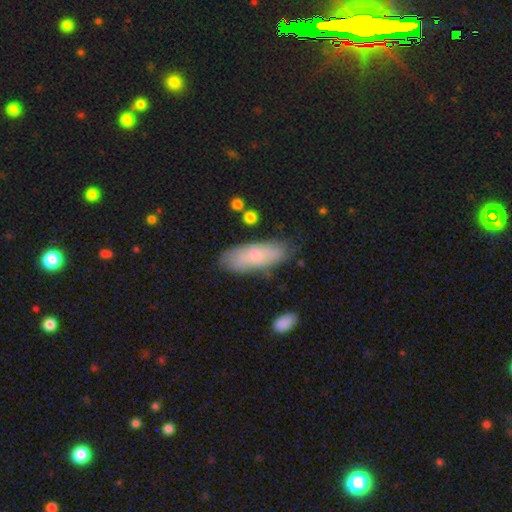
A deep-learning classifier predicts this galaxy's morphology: Smooth or featured? Predicted: smooth (p=0.72). How rounded? Predicted: in between (p=0.70). Merging? Predicted: none (p=0.73).